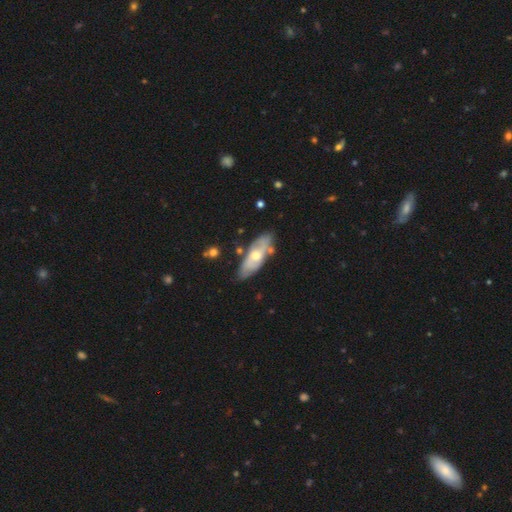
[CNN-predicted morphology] Smooth or featured?
  - featured or disk: 58% *
  - smooth: 37%
  - star or artifact: 6%
Edge-on disk?
  - no: 75% *
  - yes: 25%
Merging?
  - none: 73% *
  - minor disturbance: 17%
  - merger: 5%
  - major disturbance: 4%